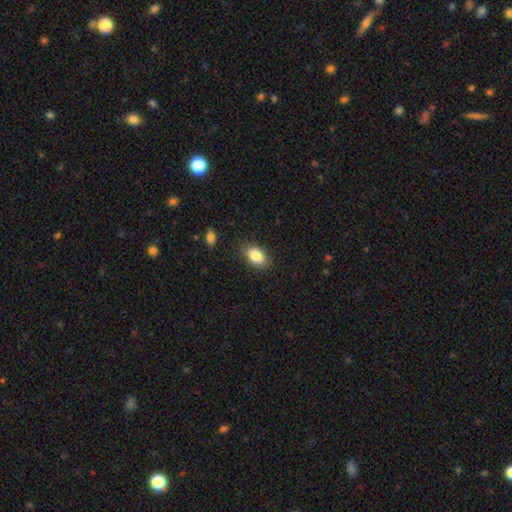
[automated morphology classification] smooth 87%, star or artifact 8%, featured or disk 6%. Down the decision tree: how rounded — in between (87%); merging — none (85%).